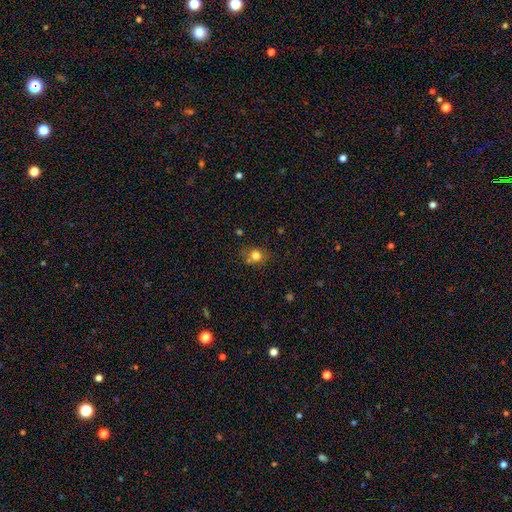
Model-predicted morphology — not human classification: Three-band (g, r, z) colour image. It shows a smooth galaxy with no disk features (78%) that is round (65%). Merging: none (70%).